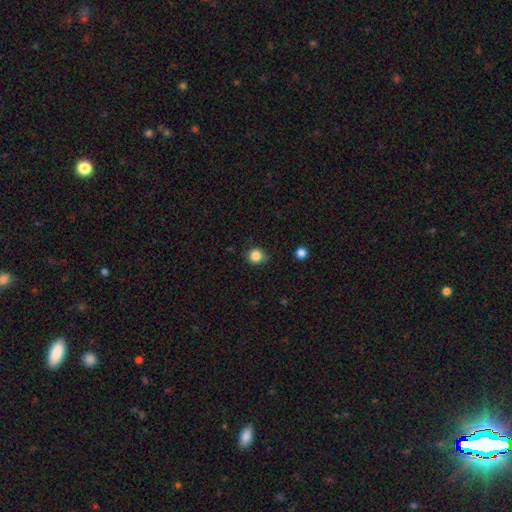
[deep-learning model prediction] Overall: smooth (85%). How rounded: round (88%). Merging: none (78%).